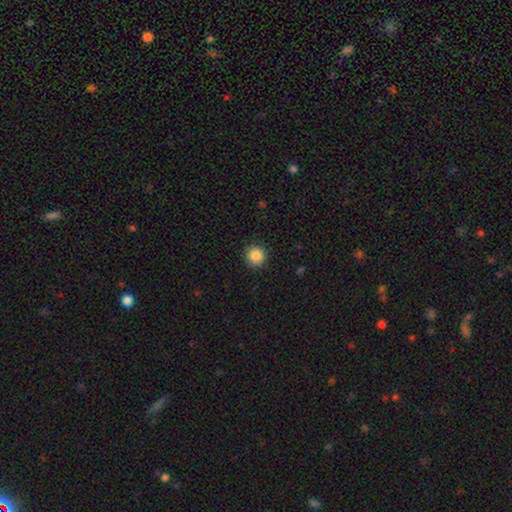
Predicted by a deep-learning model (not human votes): smooth_or_featured: smooth (p=0.88) [alt: star or artifact p=0.10]
how_rounded: round (p=0.95) [alt: in between p=0.04]
merging: none (p=0.92) [alt: minor disturbance p=0.05]